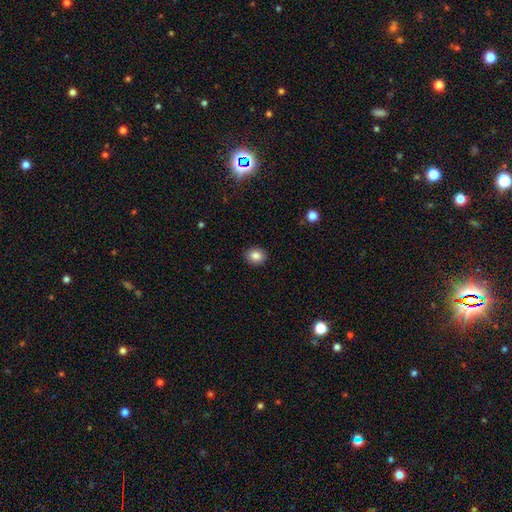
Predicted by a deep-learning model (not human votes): The model was most divided on "how rounded": round: 65%, in between: 34%, cigar-shaped: 1%. More confident: merging — none (91%); smooth or featured — smooth (85%).